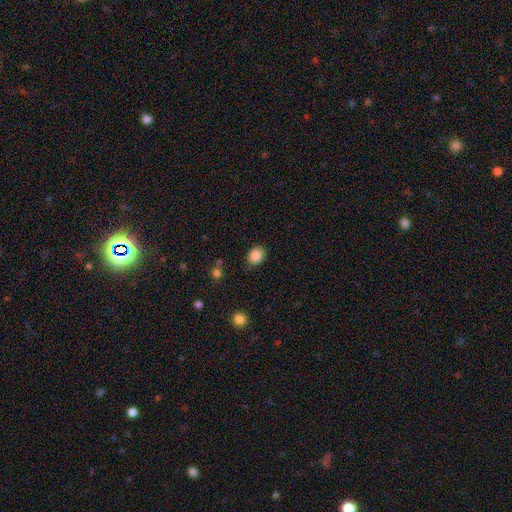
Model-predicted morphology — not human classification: The model was most divided on "how rounded": in between: 54%, round: 45%, cigar-shaped: 1%. More confident: smooth or featured — smooth (87%); merging — none (80%).